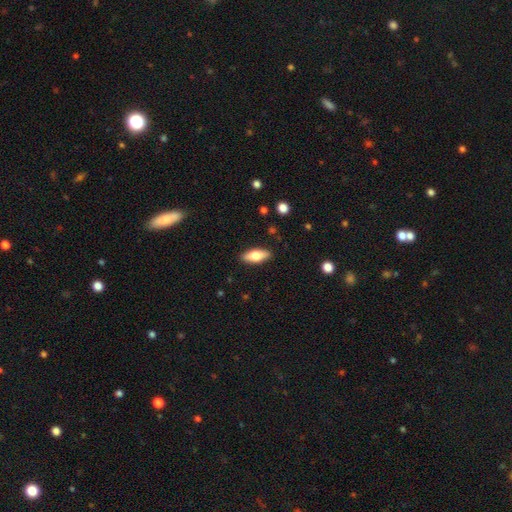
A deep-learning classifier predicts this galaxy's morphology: Q: Smooth or featured?
A: smooth (70%); runner-up: featured or disk (24%)
Q: How rounded?
A: in between (77%); runner-up: cigar-shaped (21%)
Q: Merging?
A: none (89%); runner-up: minor disturbance (9%)